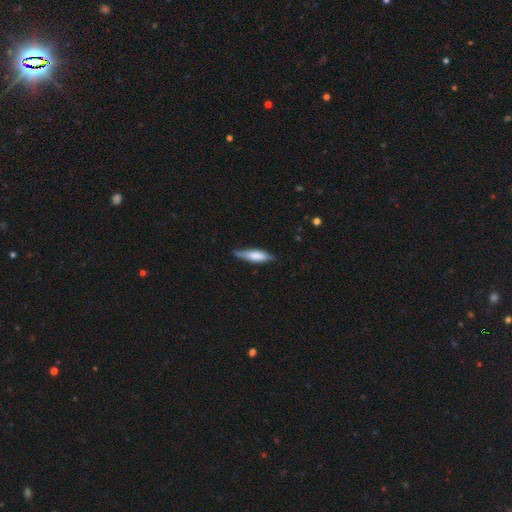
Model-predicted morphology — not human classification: type=smooth (72%); roundness=cigar-shaped (68%); merging=none (75%).